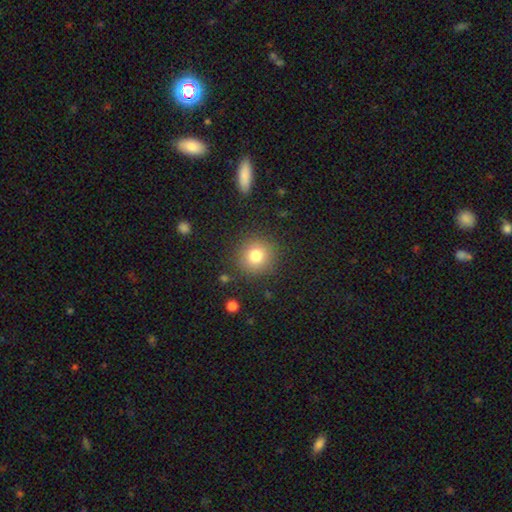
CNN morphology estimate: smooth 81%, star or artifact 11%, featured or disk 8%. Down the decision tree: how rounded — round (92%); merging — none (88%).